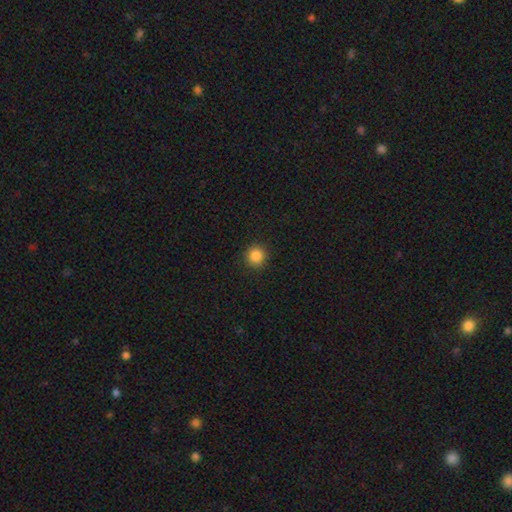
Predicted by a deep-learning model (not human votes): Overall: smooth (86%). How rounded: round (94%). Merging: none (91%).